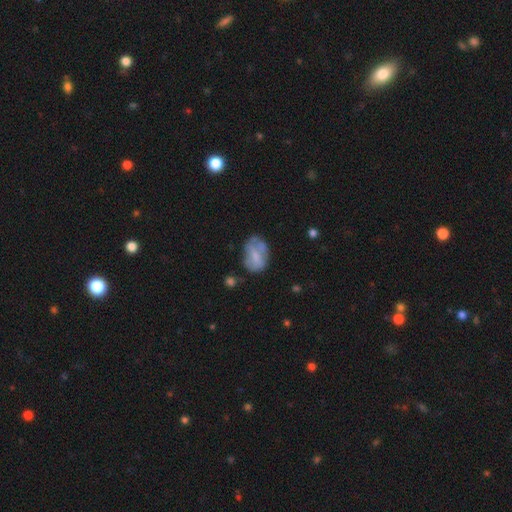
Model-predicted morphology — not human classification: Overall: smooth (53%; featured or disk 39%). How rounded: in between (80%). Merging: none (48%; minor disturbance 29%).